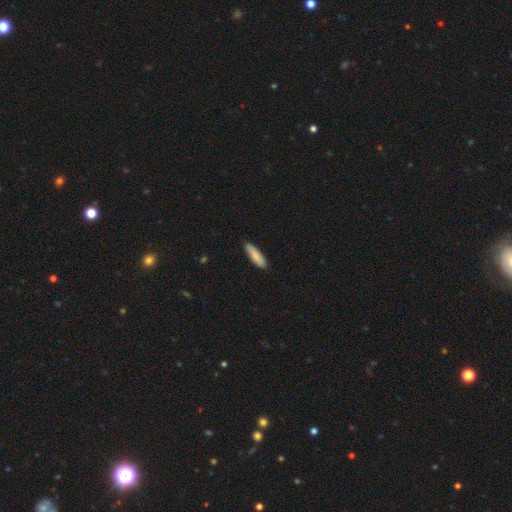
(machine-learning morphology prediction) Q: Smooth or featured?
A: smooth (84%); runner-up: featured or disk (11%)
Q: How rounded?
A: cigar-shaped (66%); runner-up: in between (32%)
Q: Merging?
A: none (88%); runner-up: minor disturbance (10%)